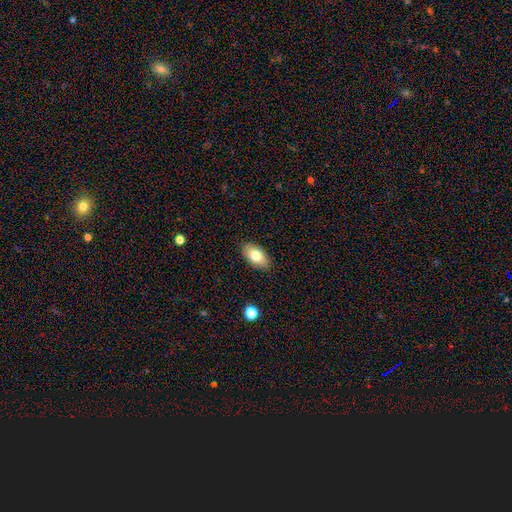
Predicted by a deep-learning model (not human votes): A smooth galaxy with no disk features (77%) that is in between round and cigar-shaped (93%). Merging: none (88%).